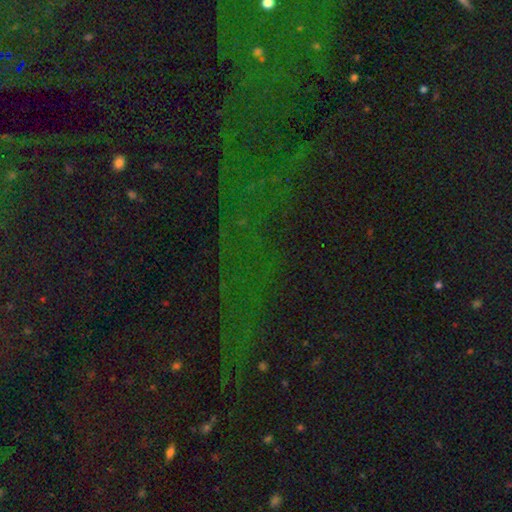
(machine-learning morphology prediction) type=star or artifact (80%).